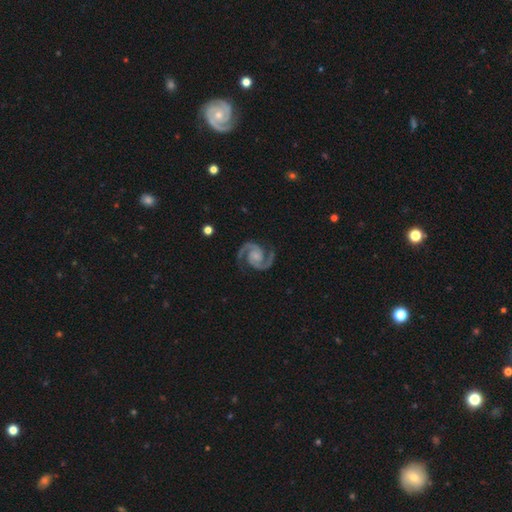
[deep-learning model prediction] Overall: featured or disk (94%). Edge-on disk: no (99%). Bar: no (66%). Spiral arms: yes (99%). Spiral arm count: 2 (95%). Spiral winding: medium (61%; tight 27%). Bulge size: small (48%; moderate 24%). Merging: none (84%).